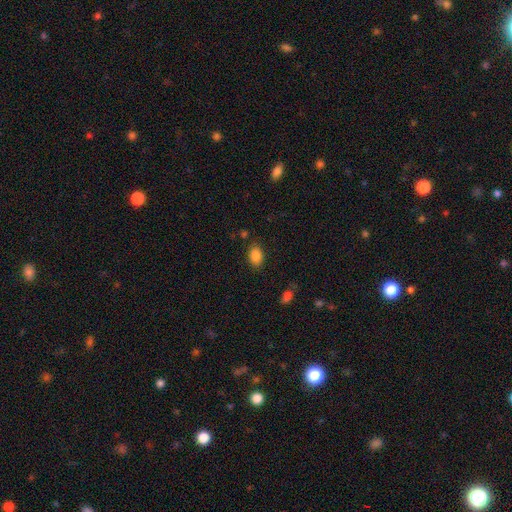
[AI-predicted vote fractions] Smooth or featured?
  - smooth: 86% *
  - star or artifact: 9%
  - featured or disk: 5%
How rounded?
  - in between: 83% *
  - round: 16%
  - cigar-shaped: 1%
Merging?
  - none: 82% *
  - minor disturbance: 12%
  - major disturbance: 3%
  - merger: 2%